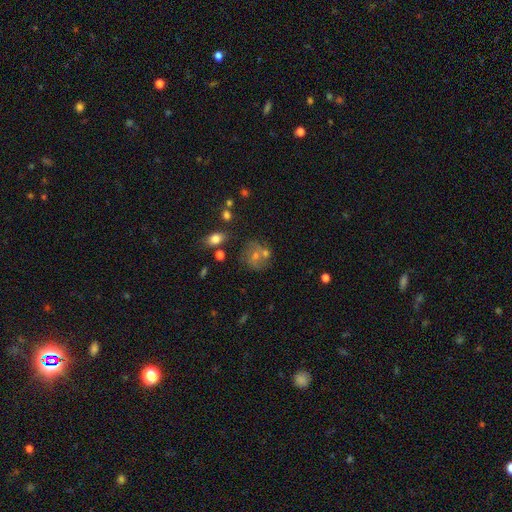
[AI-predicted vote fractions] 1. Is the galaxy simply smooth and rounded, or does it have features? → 43% smooth, 33% featured or disk, 24% star or artifact.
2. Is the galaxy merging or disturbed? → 63% none, 15% merger, 15% minor disturbance, 7% major disturbance.